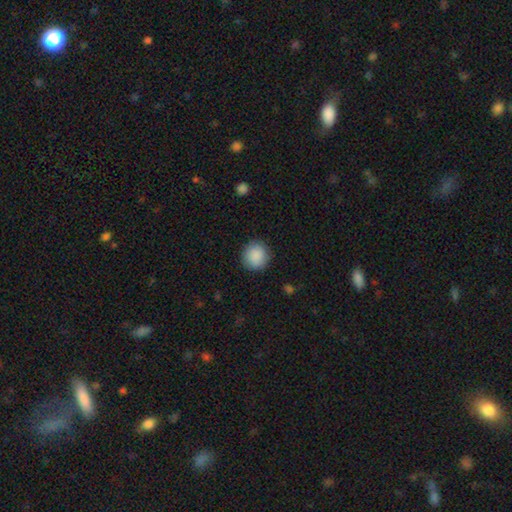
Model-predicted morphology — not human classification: A smooth galaxy with no disk features (89%) that is round (91%).

Vote fractions:
- Smooth or featured? smooth: 89% / star or artifact: 8% / featured or disk: 3%
- How rounded? round: 91% / in between: 8% / cigar-shaped: 1%
- Merging? none: 89% / minor disturbance: 8% / major disturbance: 2% / merger: 1%